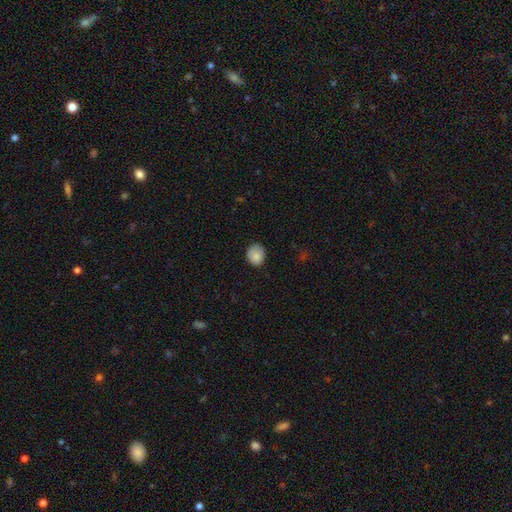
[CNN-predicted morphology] Smooth or featured? smooth (85%)
How rounded? round (65%)
Merging? none (75%)